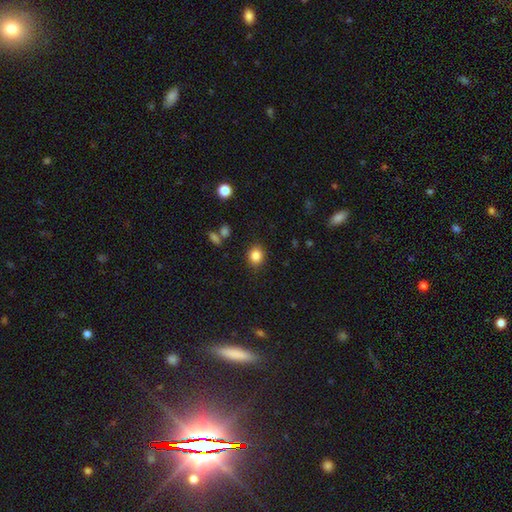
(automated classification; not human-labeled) Overall: smooth (84%). How rounded: round (72%). Merging: none (87%).